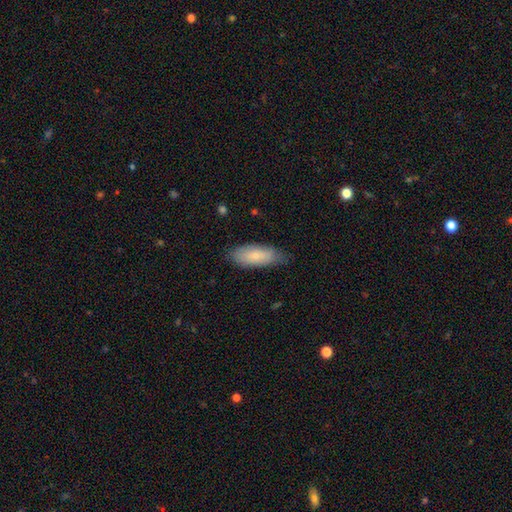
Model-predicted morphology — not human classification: A smooth galaxy with no disk features (79%) that is in between round and cigar-shaped (77%). Merging: none (74%).